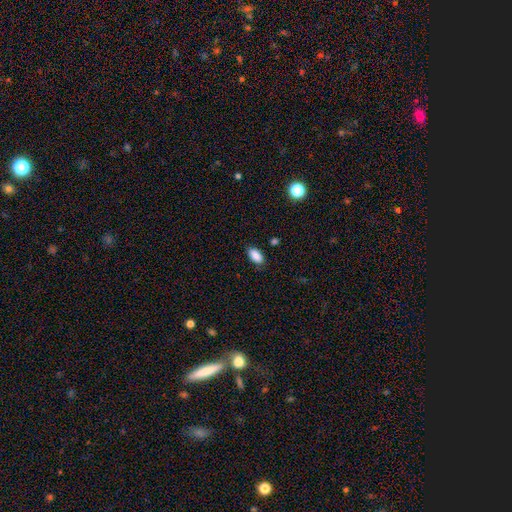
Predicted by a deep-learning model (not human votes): smooth 88%, star or artifact 8%, featured or disk 4%. Down the decision tree: how rounded — in between (92%); merging — none (83%).